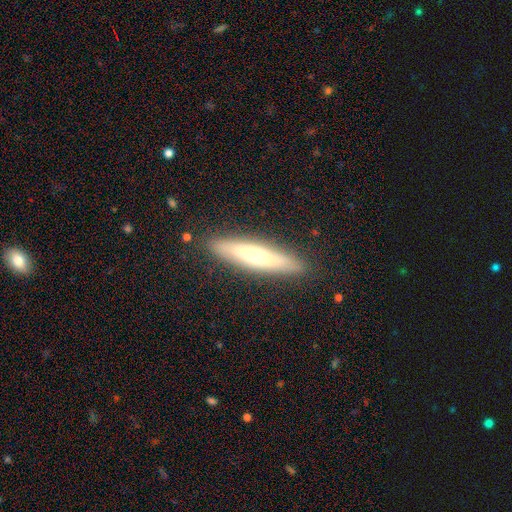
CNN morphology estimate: Smooth or featured: featured or disk — 49% (smooth — 45%)
Merging: none — 87% (minor disturbance — 9%)